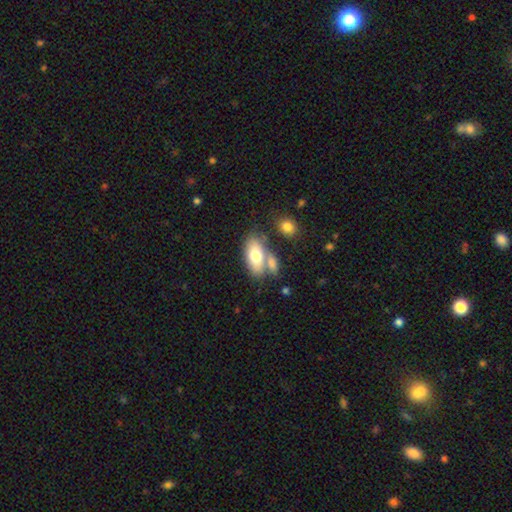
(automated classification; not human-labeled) This appears to be a smooth galaxy with no disk features (72%) that is in between round and cigar-shaped (89%). Merging: none (49%).